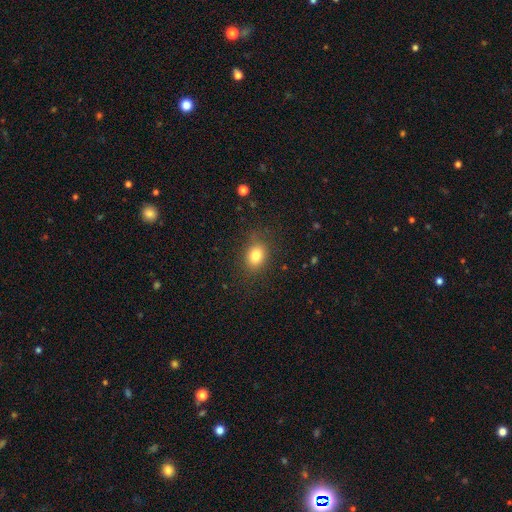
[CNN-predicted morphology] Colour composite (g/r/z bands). It shows a smooth galaxy with no disk features (81%) that is in between round and cigar-shaped (62%). Merging: none (82%).